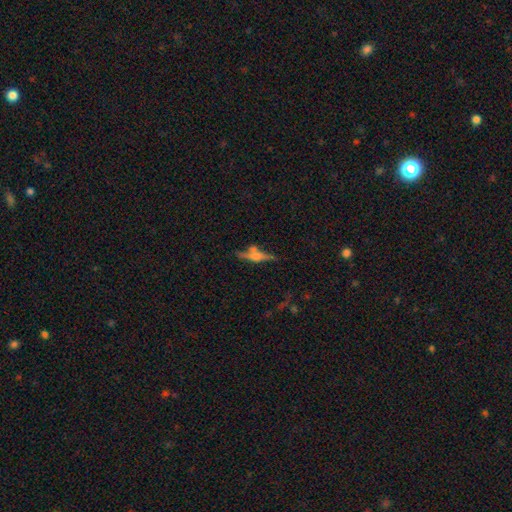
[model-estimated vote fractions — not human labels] Morphology: type=featured or disk (57%); edge-on=yes (91%); edge-on bulge=rounded (77%); merging=none (62%).